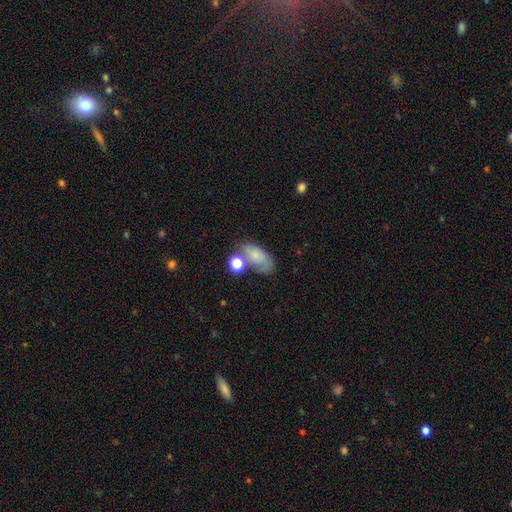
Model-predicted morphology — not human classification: The model was most divided on "merging": none: 39%, minor disturbance: 23%, merger: 23%, major disturbance: 15%. More confident: how rounded — in between (86%); smooth or featured — smooth (67%).